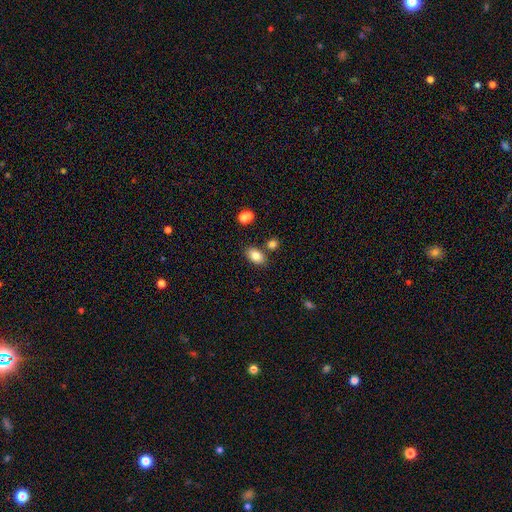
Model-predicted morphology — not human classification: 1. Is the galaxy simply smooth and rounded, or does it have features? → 81% smooth, 10% star or artifact, 9% featured or disk.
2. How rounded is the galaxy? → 87% in between, 12% round, 1% cigar-shaped.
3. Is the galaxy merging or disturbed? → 78% none, 11% minor disturbance, 9% merger, 3% major disturbance.